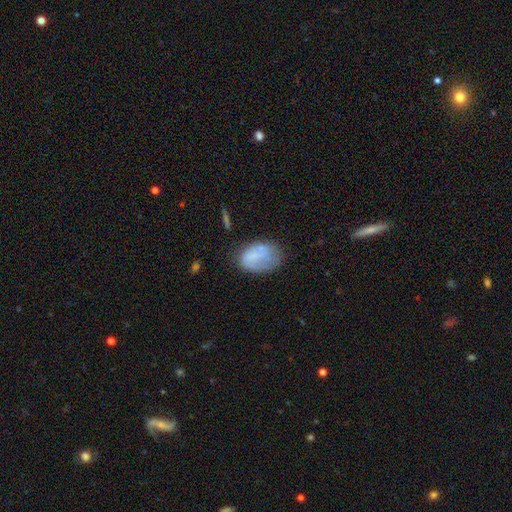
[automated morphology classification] Smooth or featured? smooth (66%)
How rounded? in between (85%)
Merging? none (49%)